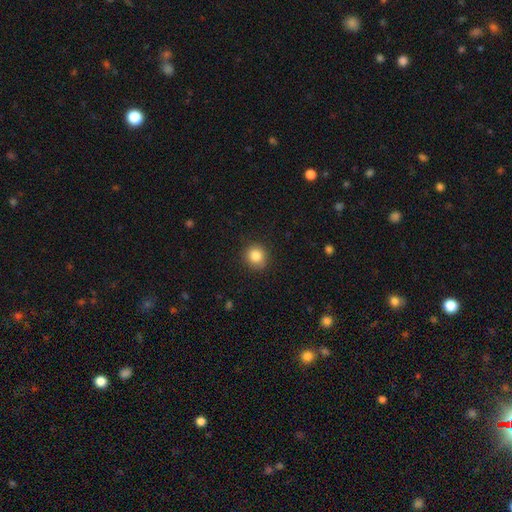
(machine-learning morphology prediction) Smooth or featured?
  - smooth: 85% *
  - star or artifact: 10%
  - featured or disk: 5%
How rounded?
  - round: 87% *
  - in between: 12%
  - cigar-shaped: 1%
Merging?
  - none: 89% *
  - minor disturbance: 8%
  - major disturbance: 2%
  - merger: 1%